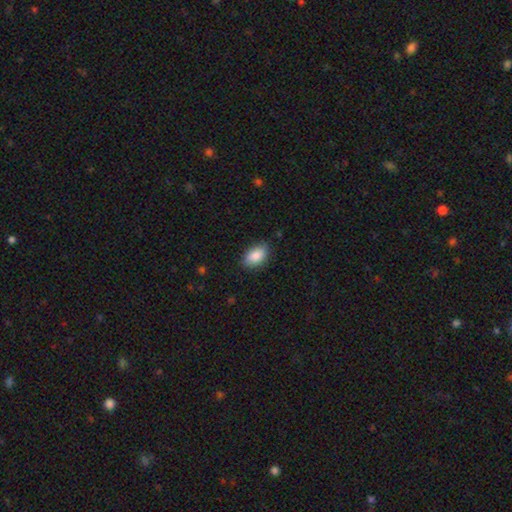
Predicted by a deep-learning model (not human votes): smooth_or_featured: smooth (p=0.88) [alt: star or artifact p=0.07]
how_rounded: in between (p=0.92) [alt: round p=0.06]
merging: none (p=0.85) [alt: minor disturbance p=0.12]